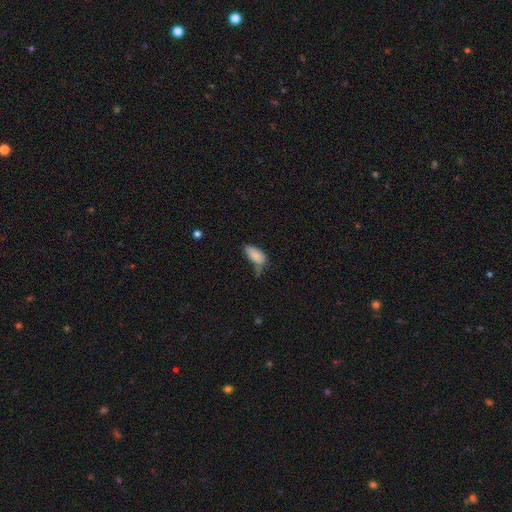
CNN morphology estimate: A smooth galaxy with no disk features (84%) that is in between round and cigar-shaped (92%). Merging: minor disturbance (38%).